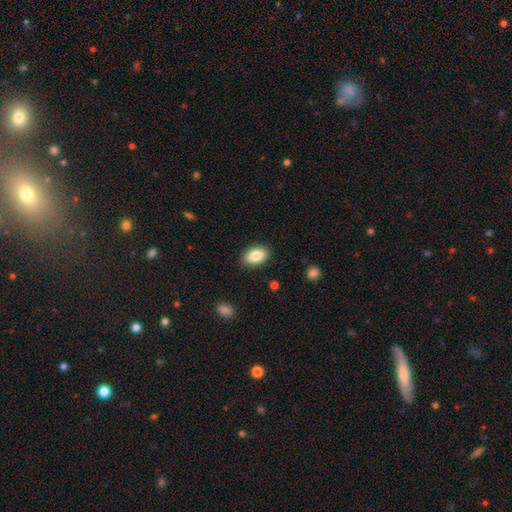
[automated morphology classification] Smooth or featured: smooth — 86% (featured or disk — 7%)
How rounded: in between — 91% (round — 8%)
Merging: none — 87% (minor disturbance — 9%)